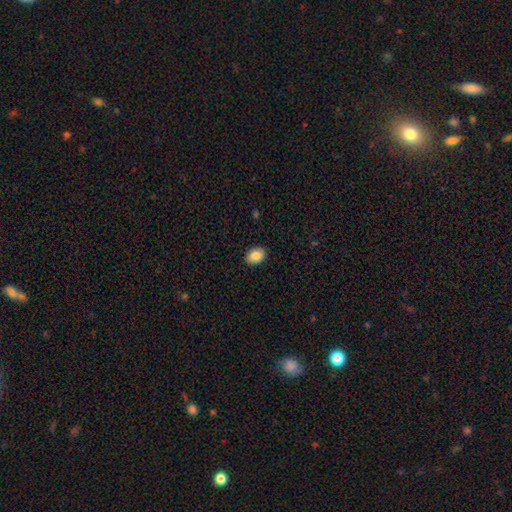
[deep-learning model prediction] Q: Smooth or featured?
A: smooth (86%); runner-up: star or artifact (8%)
Q: How rounded?
A: in between (70%); runner-up: round (29%)
Q: Merging?
A: none (90%); runner-up: minor disturbance (7%)